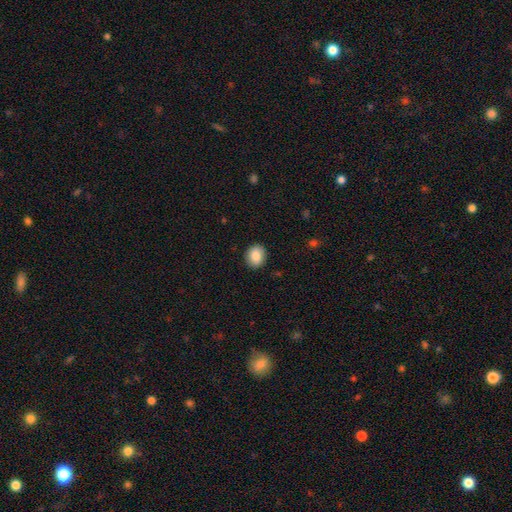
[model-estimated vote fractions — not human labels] Smooth or featured? smooth (85%)
How rounded? round (61%)
Merging? none (89%)